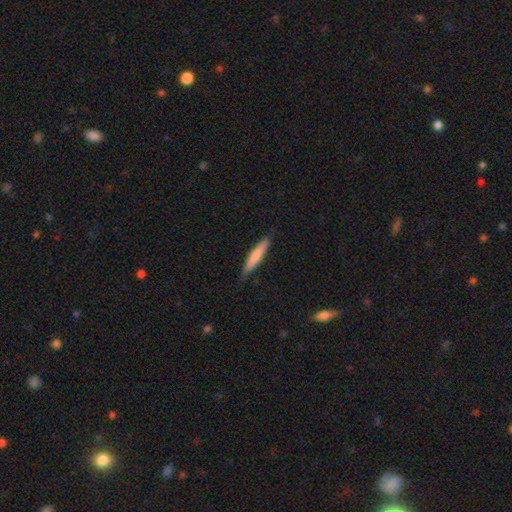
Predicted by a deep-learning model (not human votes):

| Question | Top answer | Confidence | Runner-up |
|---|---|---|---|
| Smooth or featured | smooth | 68% | featured or disk (26%) |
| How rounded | cigar-shaped | 90% | in between (9%) |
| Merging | none | 83% | minor disturbance (14%) |